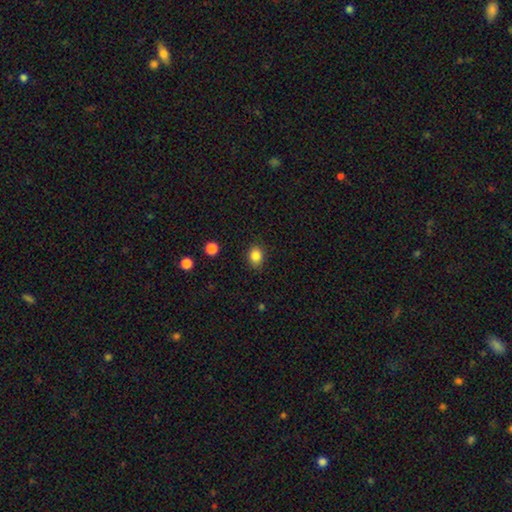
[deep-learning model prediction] A smooth galaxy with no disk features (85%) that is round (52%). Merging: none (86%).